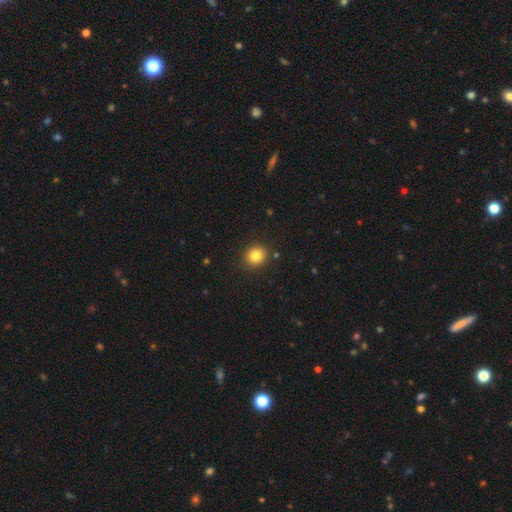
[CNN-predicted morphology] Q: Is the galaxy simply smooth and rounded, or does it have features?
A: smooth — 82%.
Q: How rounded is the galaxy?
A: round — 83%.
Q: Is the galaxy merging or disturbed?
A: none — 89%.